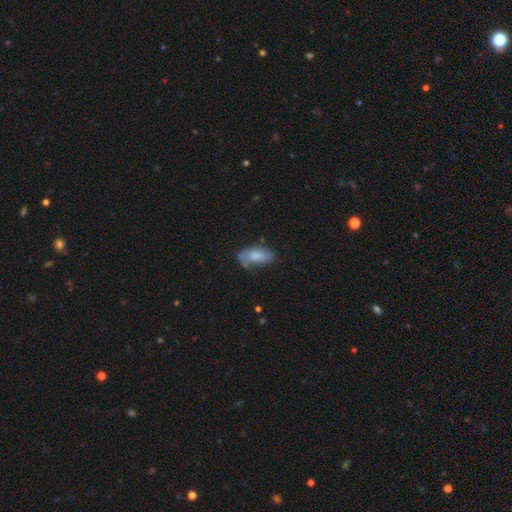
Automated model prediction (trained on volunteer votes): Smooth or featured: smooth — 73% (featured or disk — 20%)
How rounded: in between — 91% (cigar-shaped — 6%)
Merging: none — 58% (minor disturbance — 29%)